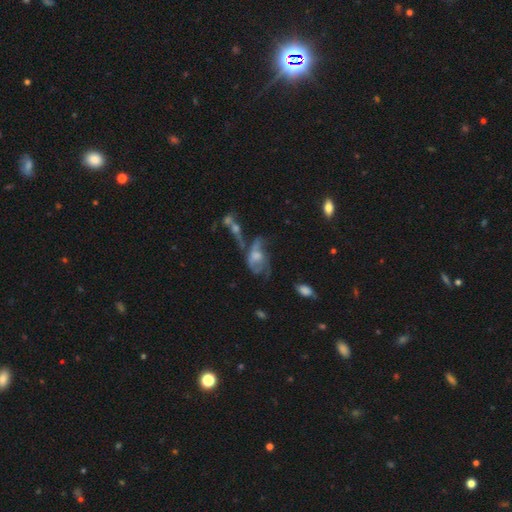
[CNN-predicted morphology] The model was most divided on "spiral arms": no: 55%, yes: 45%. Remaining: edge-on disk — no (94%); bar — no (75%); smooth or featured — featured or disk (56%); bulge size — moderate (42%); merging — major disturbance (38%).